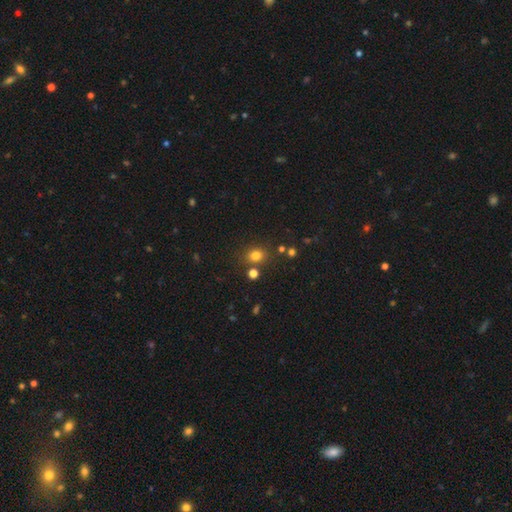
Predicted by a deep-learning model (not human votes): Smooth or featured? Predicted: smooth (p=0.78). How rounded? Predicted: round (p=0.58). Merging? Predicted: none (p=0.77).